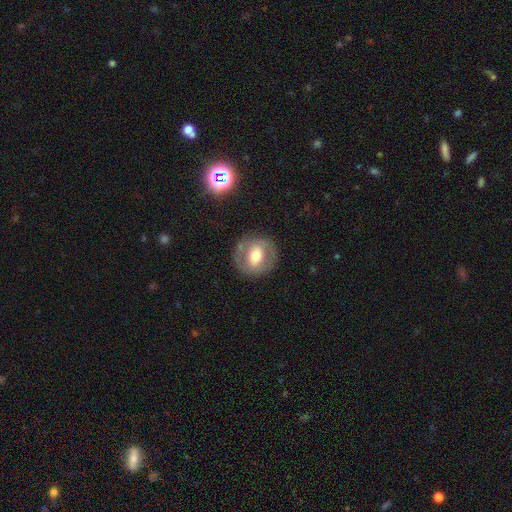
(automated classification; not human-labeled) Overall: featured or disk (49%; smooth 44%). Merging: none (82%).